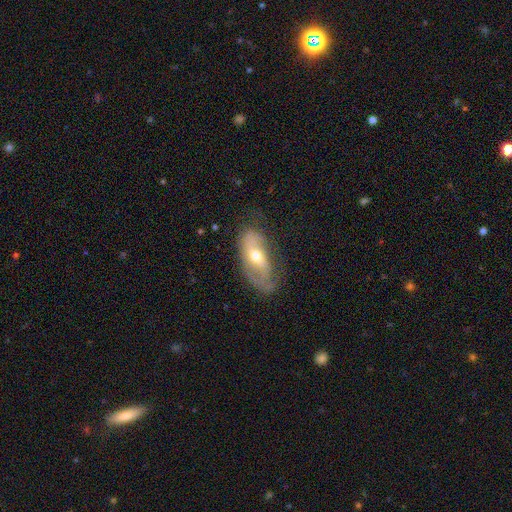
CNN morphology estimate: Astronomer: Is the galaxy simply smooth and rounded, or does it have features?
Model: featured or disk — 65%.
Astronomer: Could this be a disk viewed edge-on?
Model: no — 85%.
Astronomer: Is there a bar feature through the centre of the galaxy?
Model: no — 55% (runner-up: weak, 30%).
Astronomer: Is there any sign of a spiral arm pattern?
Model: yes — 71%.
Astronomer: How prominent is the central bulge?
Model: moderate — 63%.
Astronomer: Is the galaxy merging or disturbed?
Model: none — 57%.